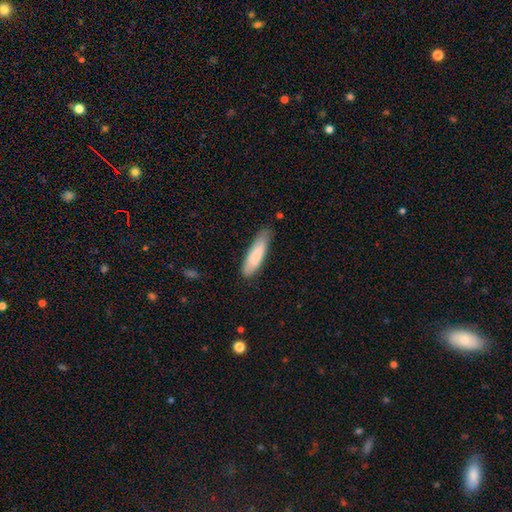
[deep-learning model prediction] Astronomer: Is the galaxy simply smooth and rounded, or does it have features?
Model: smooth — 81%.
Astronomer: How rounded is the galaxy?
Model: cigar-shaped — 66%.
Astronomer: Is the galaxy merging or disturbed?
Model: none — 70%.